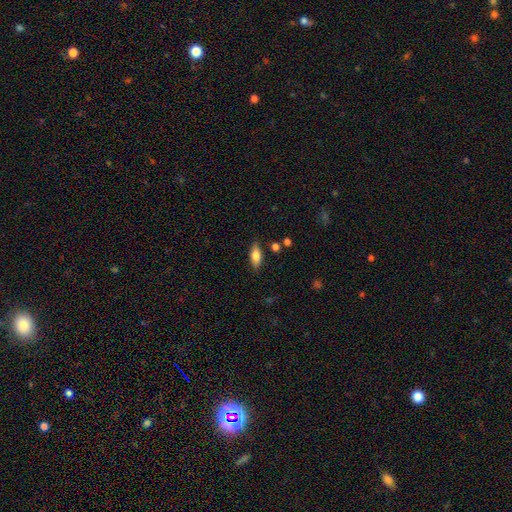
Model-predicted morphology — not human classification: smooth_or_featured: smooth (p=0.72) [alt: featured or disk p=0.21]
how_rounded: in between (p=0.74) [alt: cigar-shaped p=0.23]
merging: none (p=0.81) [alt: minor disturbance p=0.13]